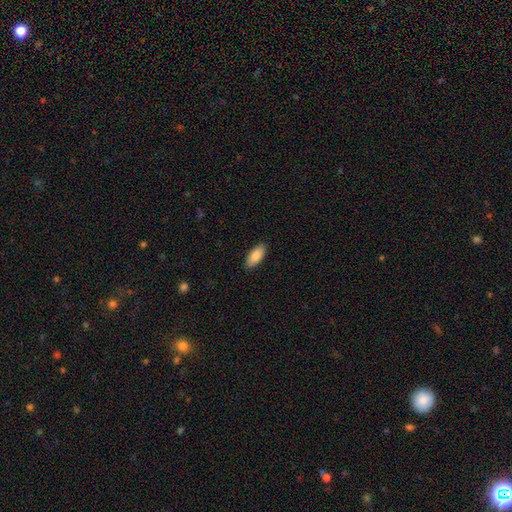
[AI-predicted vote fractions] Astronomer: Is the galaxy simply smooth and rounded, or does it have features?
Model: smooth — 87%.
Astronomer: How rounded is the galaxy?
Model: in between — 86%.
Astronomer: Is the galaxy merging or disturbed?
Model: none — 89%.